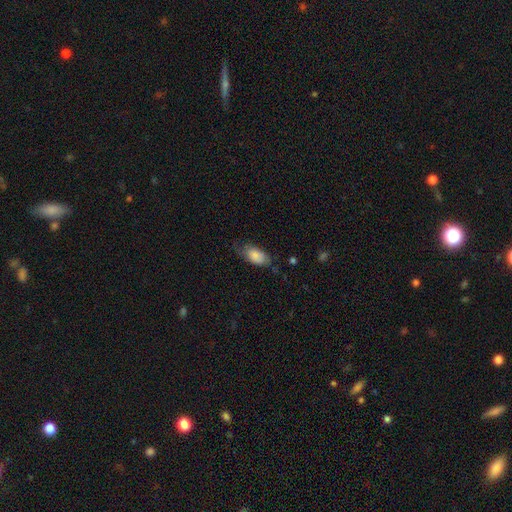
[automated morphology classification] This is clearly a smooth galaxy (83%). How rounded: clearly in between (91%). Merging: possibly none (53%).